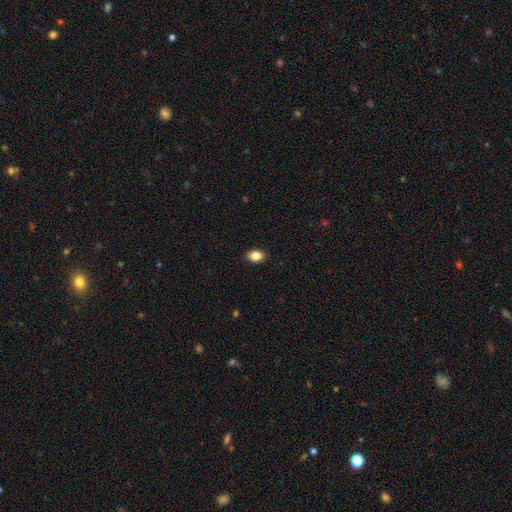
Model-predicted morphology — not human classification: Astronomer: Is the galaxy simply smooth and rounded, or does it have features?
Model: smooth — 86%.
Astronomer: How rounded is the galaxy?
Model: in between — 81%.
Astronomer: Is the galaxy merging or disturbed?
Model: none — 90%.